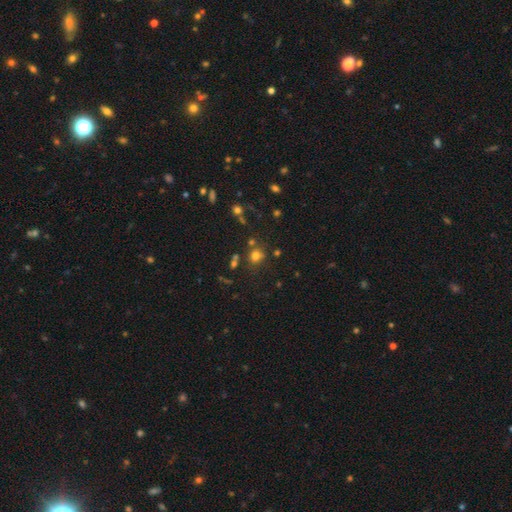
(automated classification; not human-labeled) smooth-or-featured: smooth: 70% | star or artifact: 22% | featured or disk: 8%
  how-rounded: round: 74% | in between: 25% | cigar-shaped: 1%
  merging: none: 70% | minor disturbance: 13% | merger: 12% | major disturbance: 5%